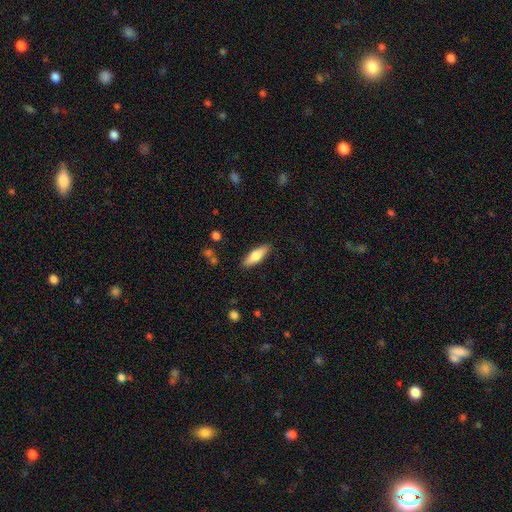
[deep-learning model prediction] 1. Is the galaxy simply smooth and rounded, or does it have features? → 69% smooth, 25% featured or disk, 6% star or artifact.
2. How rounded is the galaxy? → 52% cigar-shaped, 46% in between, 2% round.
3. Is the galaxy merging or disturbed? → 88% none, 9% minor disturbance, 2% major disturbance, 1% merger.